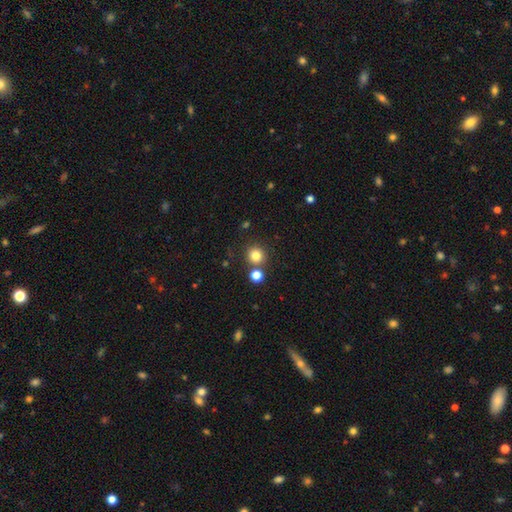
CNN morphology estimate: smooth 80%, star or artifact 14%, featured or disk 6%. Down the decision tree: how rounded — round (92%); merging — none (79%).